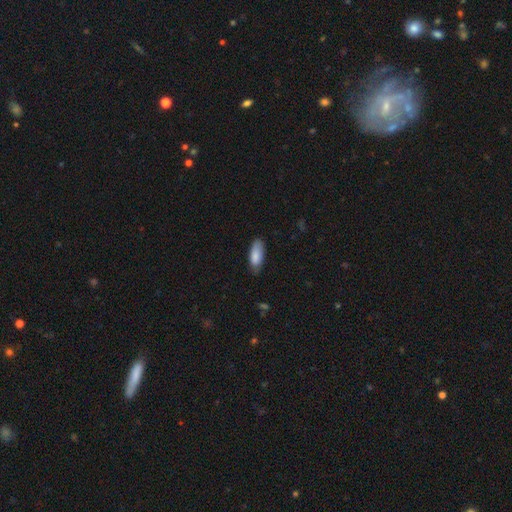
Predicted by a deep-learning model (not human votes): This appears to be a smooth galaxy with no disk features (86%) that is in between round and cigar-shaped (82%). Merging: none (74%).